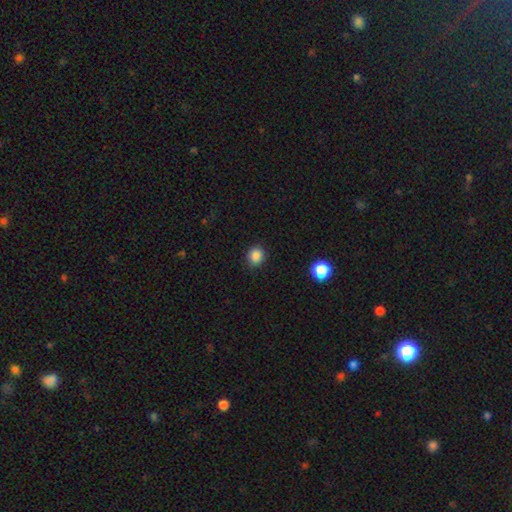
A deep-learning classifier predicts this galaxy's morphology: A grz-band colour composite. It shows a smooth galaxy with no disk features (86%) that is round (81%). Merging: none (89%).